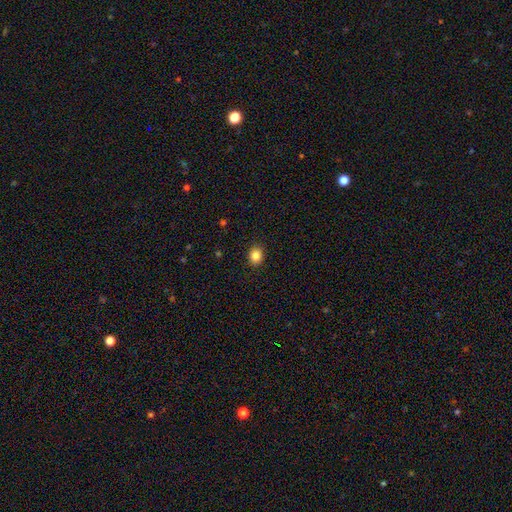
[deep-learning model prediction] A smooth galaxy with no disk features (85%) that is round (61%). Merging: none (90%).